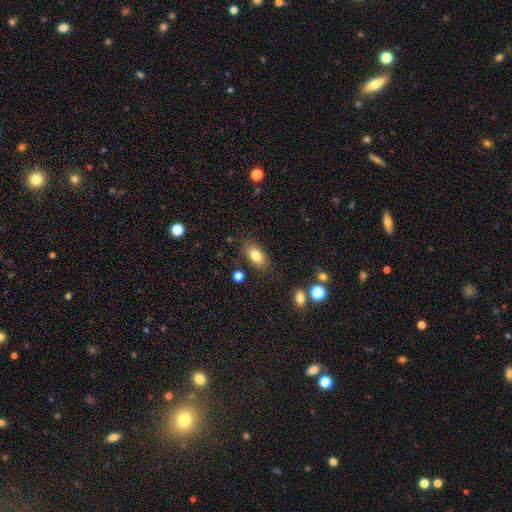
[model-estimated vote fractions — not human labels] This appears to be a smooth galaxy with no disk features (82%) that is in between round and cigar-shaped (87%). Merging: none (82%).